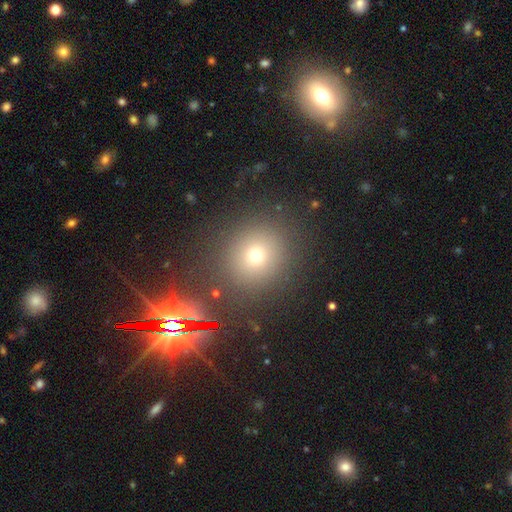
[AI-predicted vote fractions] Morphology: type=smooth (55%); roundness=round (84%); merging=none (87%).